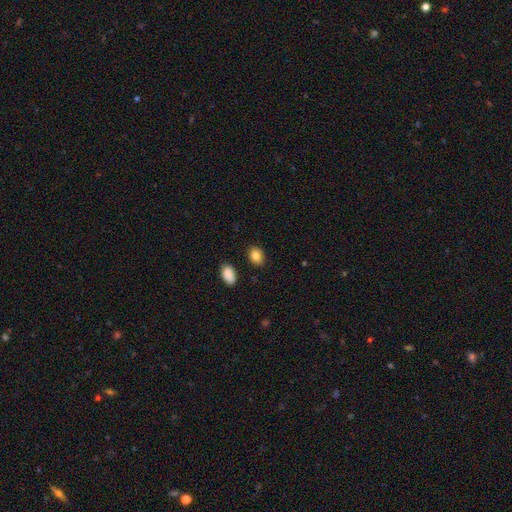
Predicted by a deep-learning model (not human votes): smooth_or_featured: smooth (p=0.86) [alt: star or artifact p=0.09]
how_rounded: in between (p=0.73) [alt: round p=0.26]
merging: none (p=0.86) [alt: minor disturbance p=0.09]